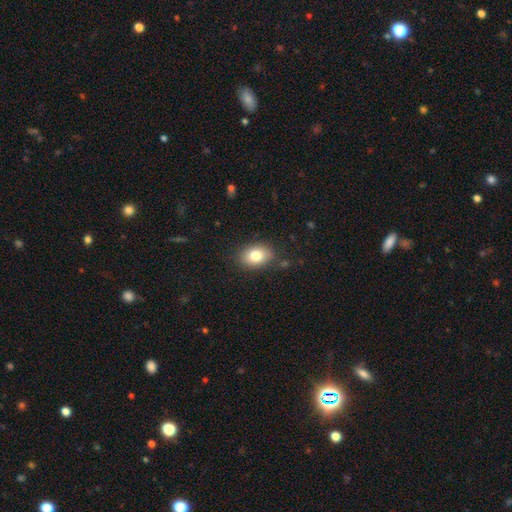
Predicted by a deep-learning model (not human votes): This appears to be a smooth galaxy with no disk features (81%) that is in between round and cigar-shaped (79%). Merging: none (83%).